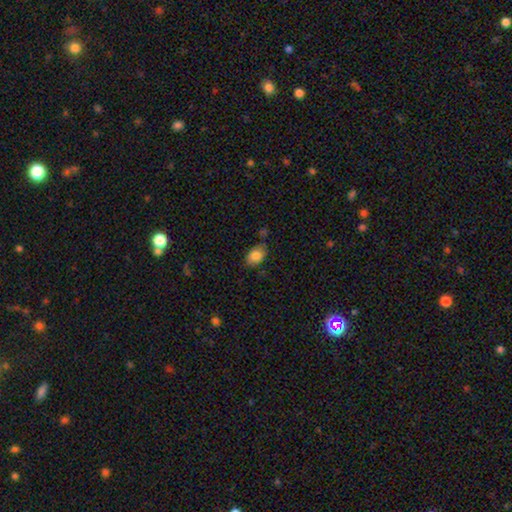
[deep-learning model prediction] Smooth or featured?
  - smooth: 84% *
  - featured or disk: 8%
  - star or artifact: 8%
How rounded?
  - in between: 84% *
  - round: 15%
  - cigar-shaped: 1%
Merging?
  - none: 72% *
  - minor disturbance: 19%
  - merger: 5%
  - major disturbance: 4%